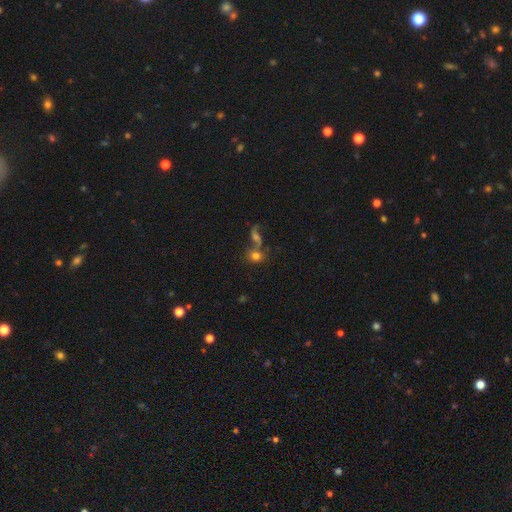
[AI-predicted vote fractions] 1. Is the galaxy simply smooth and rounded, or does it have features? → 67% smooth, 19% featured or disk, 14% star or artifact.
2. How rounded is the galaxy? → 74% round, 24% in between, 2% cigar-shaped.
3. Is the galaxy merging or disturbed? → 45% none, 38% merger, 10% minor disturbance, 8% major disturbance.